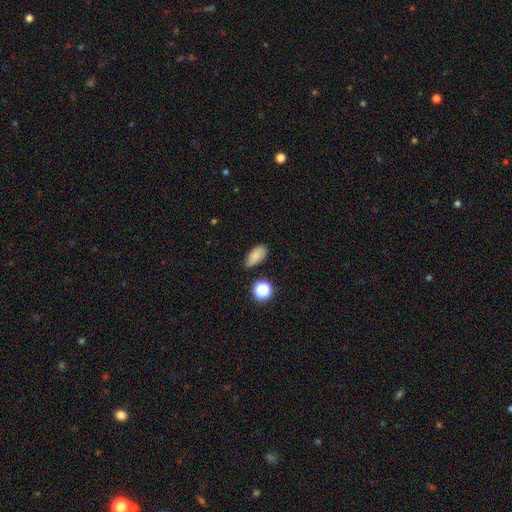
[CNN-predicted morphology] Overall: smooth (81%). How rounded: in between (88%). Merging: none (69%).